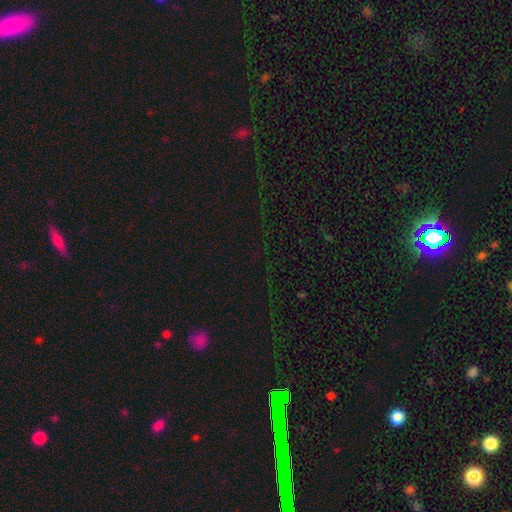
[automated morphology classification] smooth_or_featured: star or artifact (p=0.74) [alt: smooth p=0.19]